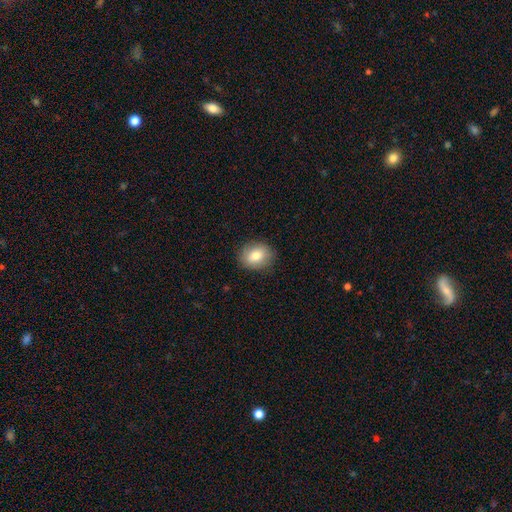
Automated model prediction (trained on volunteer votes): A smooth galaxy with no disk features (79%) that is round (56%).

Vote fractions:
- Smooth or featured? smooth: 79% / featured or disk: 12% / star or artifact: 9%
- How rounded? round: 56% / in between: 43% / cigar-shaped: 1%
- Merging? none: 87% / minor disturbance: 10% / major disturbance: 3% / merger: 1%